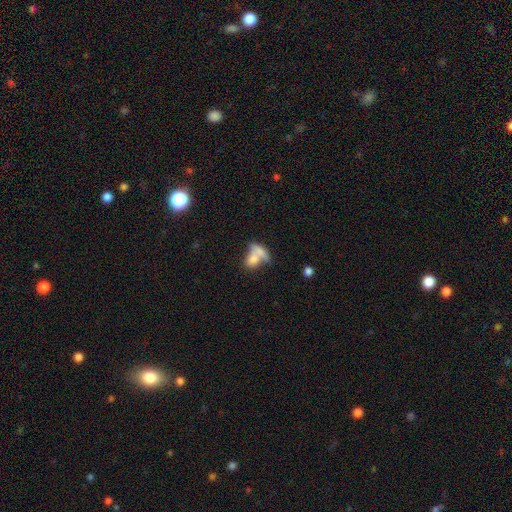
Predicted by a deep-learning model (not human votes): Smooth or featured: smooth — 72% (featured or disk — 19%)
How rounded: in between — 68% (round — 24%)
Merging: merger — 65% (none — 21%)